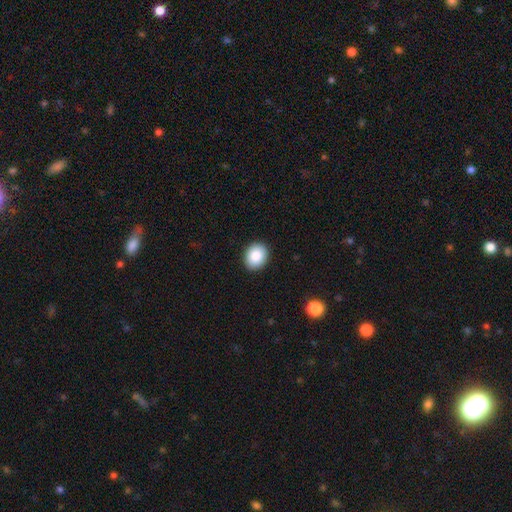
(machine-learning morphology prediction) type=smooth (86%); roundness=in between (50%); merging=none (91%).